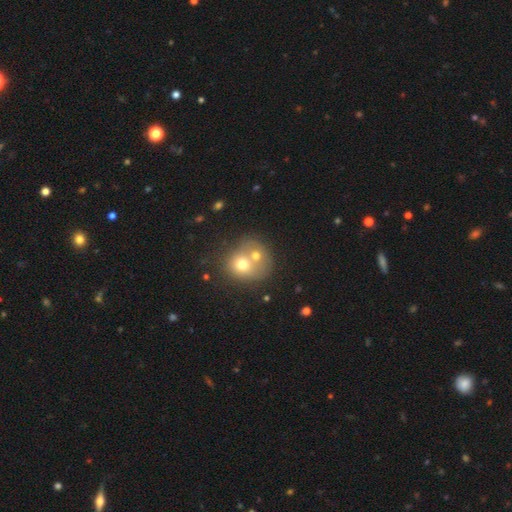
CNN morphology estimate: type=smooth (61%); roundness=round (71%); merging=merger (70%).